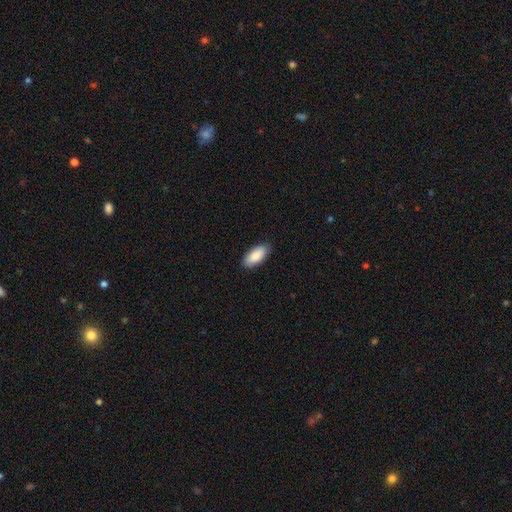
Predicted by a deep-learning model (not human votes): Smooth or featured?
  - smooth: 87% *
  - featured or disk: 7%
  - star or artifact: 6%
How rounded?
  - in between: 88% *
  - cigar-shaped: 10%
  - round: 2%
Merging?
  - none: 89% *
  - minor disturbance: 9%
  - major disturbance: 2%
  - merger: 1%